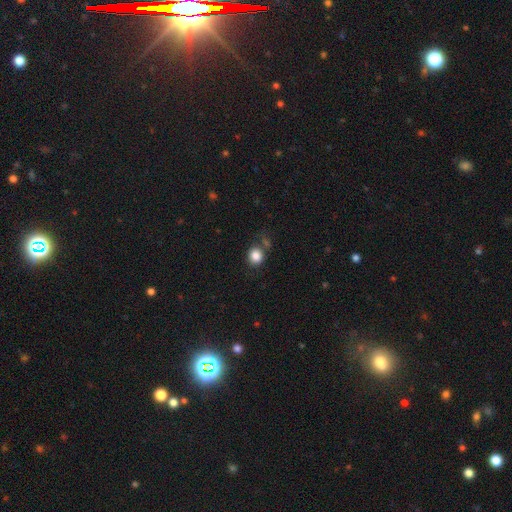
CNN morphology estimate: smooth_or_featured: smooth (p=0.85) [alt: star or artifact p=0.10]
how_rounded: round (p=0.81) [alt: in between p=0.18]
merging: none (p=0.70) [alt: minor disturbance p=0.14]